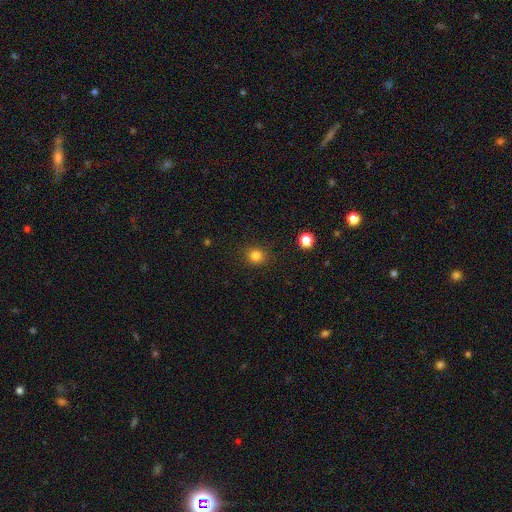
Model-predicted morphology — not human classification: Smooth or featured? smooth (83%)
How rounded? round (84%)
Merging? none (90%)